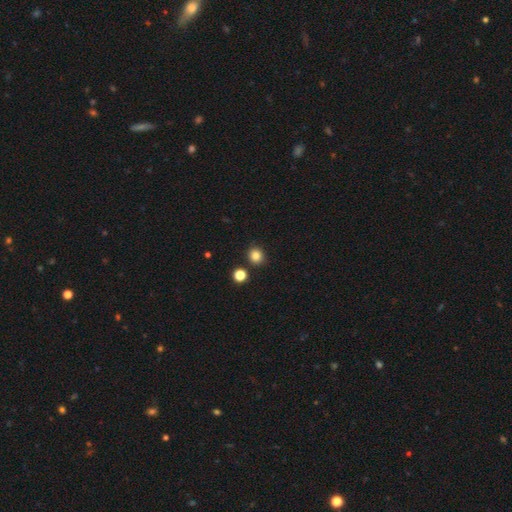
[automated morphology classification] This is clearly a smooth galaxy (83%). How rounded: clearly round (83%). Merging: clearly none (87%).